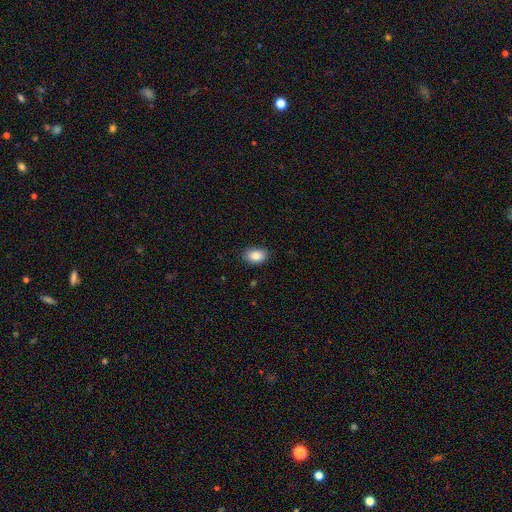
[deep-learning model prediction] smooth_or_featured: smooth (p=0.86) [alt: star or artifact p=0.08]
how_rounded: in between (p=0.86) [alt: round p=0.13]
merging: none (p=0.85) [alt: minor disturbance p=0.12]